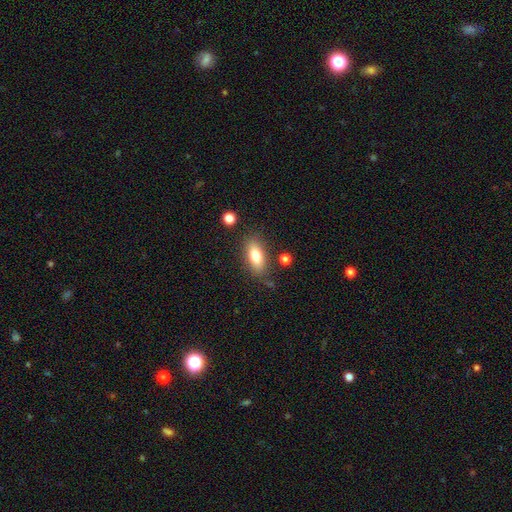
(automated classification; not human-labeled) Overall: smooth (76%). How rounded: in between (81%). Merging: none (80%).